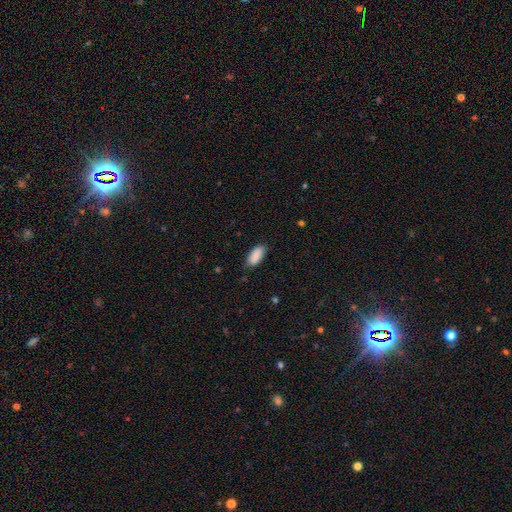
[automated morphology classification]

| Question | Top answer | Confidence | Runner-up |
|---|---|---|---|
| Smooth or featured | smooth | 88% | star or artifact (6%) |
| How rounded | in between | 92% | cigar-shaped (6%) |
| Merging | none | 82% | minor disturbance (15%) |